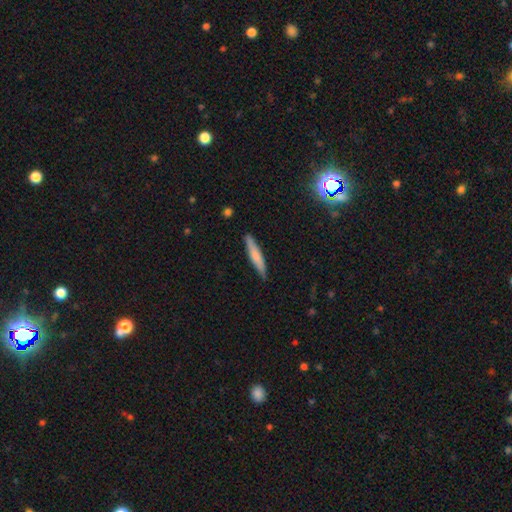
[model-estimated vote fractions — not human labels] This is likely a smooth galaxy (70%). How rounded: clearly cigar-shaped (91%). Merging: clearly none (87%).